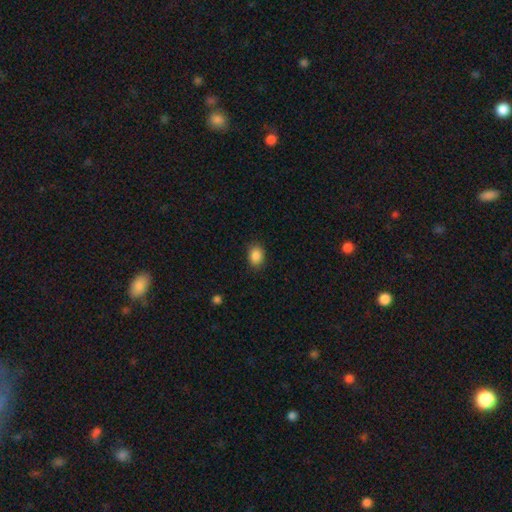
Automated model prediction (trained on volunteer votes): Smooth or featured: smooth — 88% (star or artifact — 9%)
How rounded: in between — 69% (round — 30%)
Merging: none — 86% (minor disturbance — 11%)